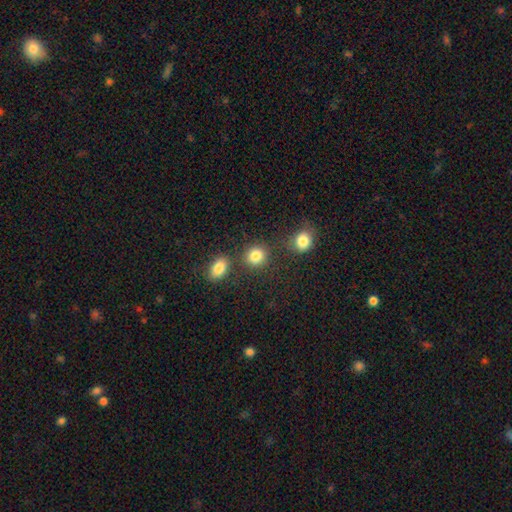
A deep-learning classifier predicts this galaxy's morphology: type=smooth (84%); roundness=round (78%); merging=none (73%).